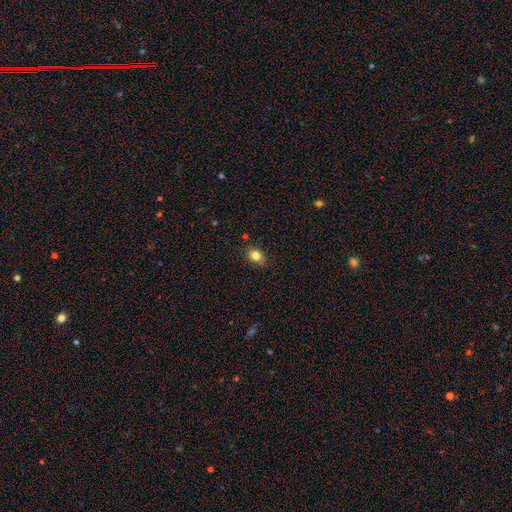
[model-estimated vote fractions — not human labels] Q: Smooth or featured?
A: smooth (83%); runner-up: star or artifact (11%)
Q: How rounded?
A: in between (56%); runner-up: round (43%)
Q: Merging?
A: none (81%); runner-up: minor disturbance (14%)